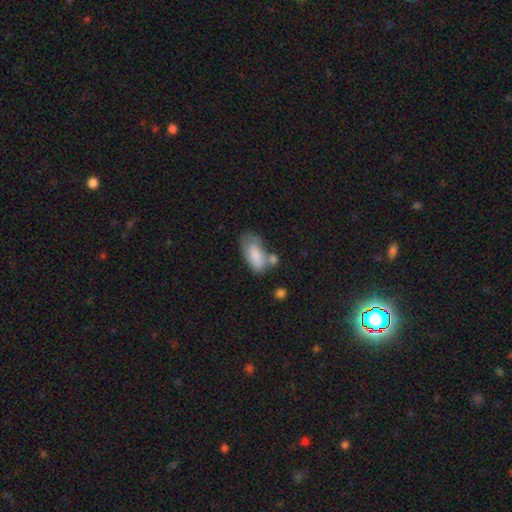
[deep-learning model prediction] Q: Smooth or featured?
A: smooth (76%); runner-up: featured or disk (18%)
Q: How rounded?
A: in between (91%); runner-up: cigar-shaped (5%)
Q: Merging?
A: none (35%); runner-up: minor disturbance (26%)